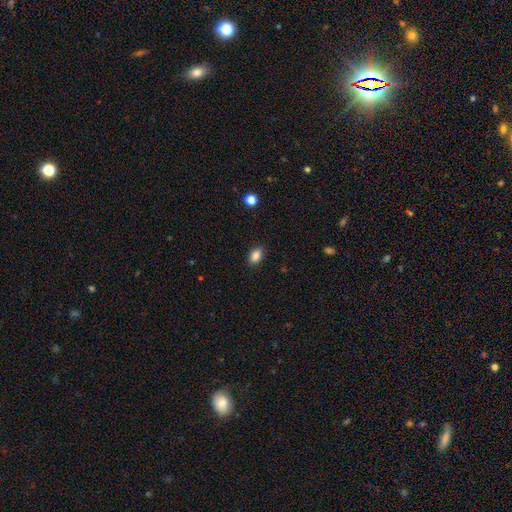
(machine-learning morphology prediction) A smooth galaxy with no disk features (87%) that is in between round and cigar-shaped (84%).

Vote fractions:
- Smooth or featured? smooth: 87% / star or artifact: 9% / featured or disk: 4%
- How rounded? in between: 84% / round: 15% / cigar-shaped: 2%
- Merging? none: 88% / minor disturbance: 9% / major disturbance: 2% / merger: 1%